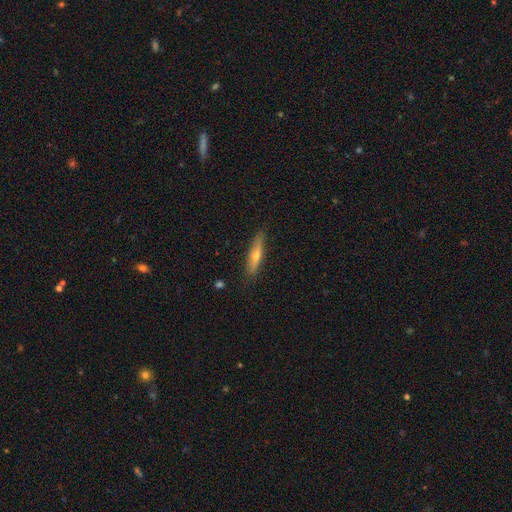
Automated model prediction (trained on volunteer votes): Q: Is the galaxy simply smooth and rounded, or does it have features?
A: featured or disk — 54%.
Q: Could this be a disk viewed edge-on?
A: yes — 90%.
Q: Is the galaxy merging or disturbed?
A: none — 88%.